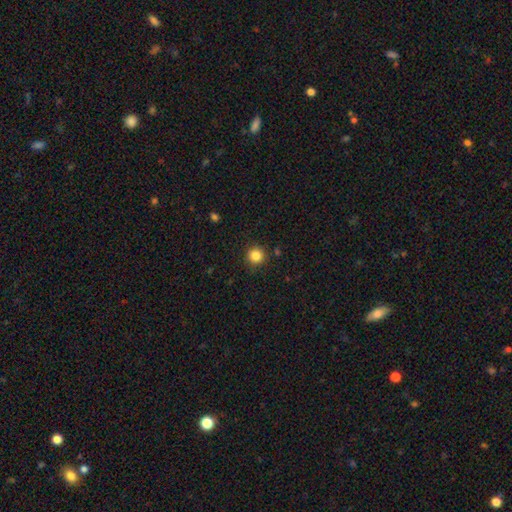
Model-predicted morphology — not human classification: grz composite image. It shows a smooth galaxy with no disk features (84%) that is round (95%). Merging: none (91%).